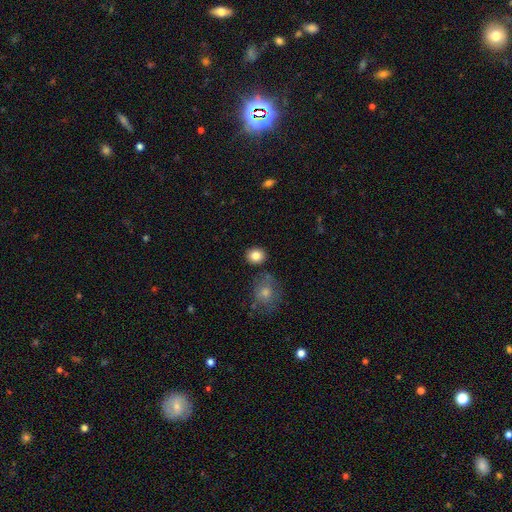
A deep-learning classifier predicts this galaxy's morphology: smooth-or-featured: smooth: 83% | star or artifact: 10% | featured or disk: 7%
  how-rounded: round: 77% | in between: 22% | cigar-shaped: 1%
  merging: none: 84% | minor disturbance: 8% | merger: 5% | major disturbance: 2%